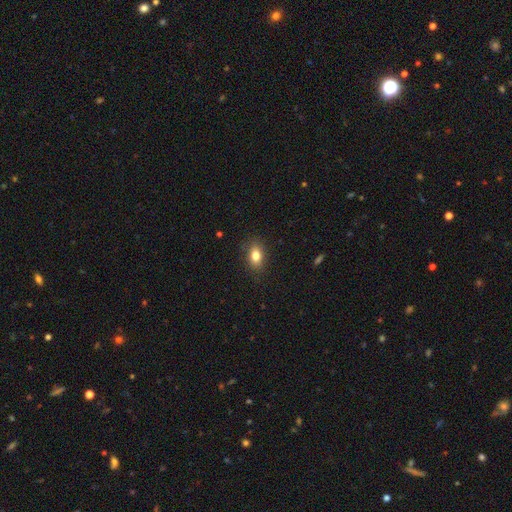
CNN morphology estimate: Smooth or featured: smooth — 81% (star or artifact — 10%)
How rounded: in between — 80% (round — 17%)
Merging: none — 85% (minor disturbance — 11%)